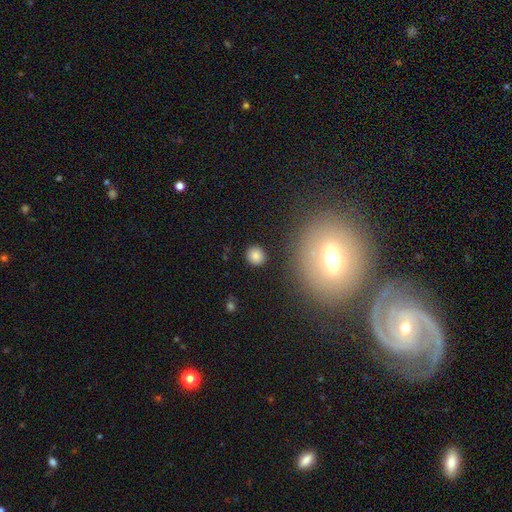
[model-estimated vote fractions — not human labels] smooth_or_featured: smooth (p=0.83) [alt: star or artifact p=0.11]
how_rounded: round (p=0.87) [alt: in between p=0.12]
merging: none (p=0.89) [alt: minor disturbance p=0.06]